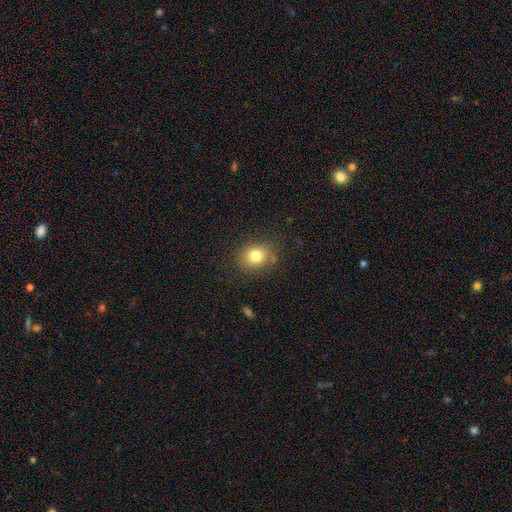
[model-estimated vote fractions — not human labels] smooth-or-featured: smooth: 79% | star or artifact: 12% | featured or disk: 10%
  how-rounded: round: 64% | in between: 35% | cigar-shaped: 1%
  merging: none: 82% | minor disturbance: 12% | major disturbance: 4% | merger: 2%